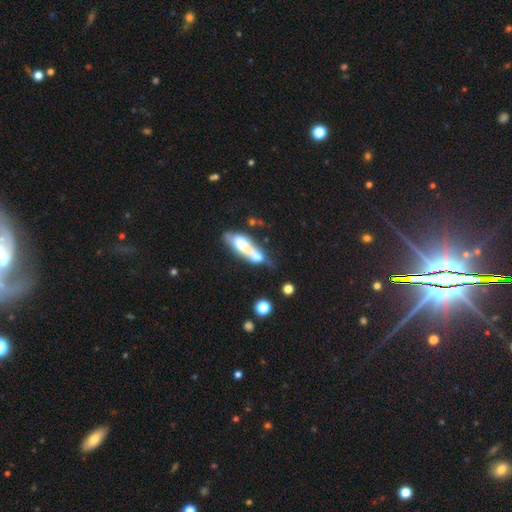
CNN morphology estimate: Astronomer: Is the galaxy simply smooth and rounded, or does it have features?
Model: smooth — 51% (runner-up: featured or disk, 41%).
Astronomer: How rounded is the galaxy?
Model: cigar-shaped — 54% (runner-up: in between, 43%).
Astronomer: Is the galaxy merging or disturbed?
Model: merger — 43% (runner-up: none, 24%).